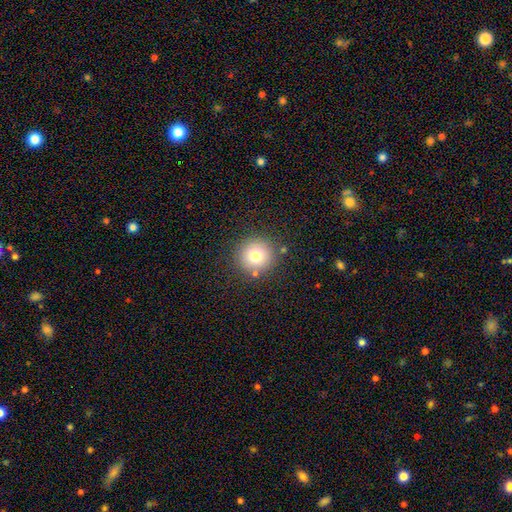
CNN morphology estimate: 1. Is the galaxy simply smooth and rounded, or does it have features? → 77% smooth, 13% star or artifact, 11% featured or disk.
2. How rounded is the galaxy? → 94% round, 5% in between, 1% cigar-shaped.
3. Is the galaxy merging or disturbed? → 85% none, 8% minor disturbance, 3% merger, 3% major disturbance.